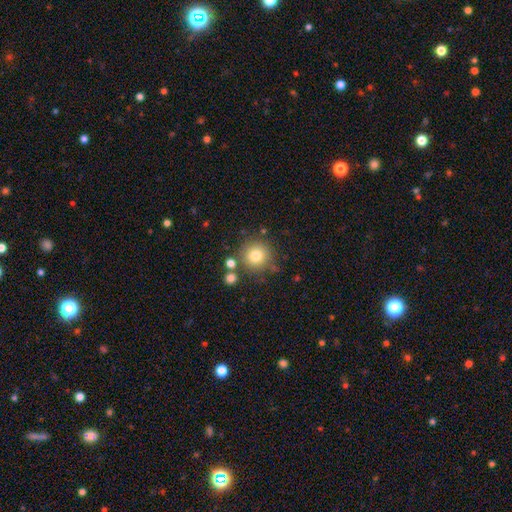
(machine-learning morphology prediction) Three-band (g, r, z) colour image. It shows a smooth galaxy with no disk features (78%) that is round (94%). Merging: none (80%).